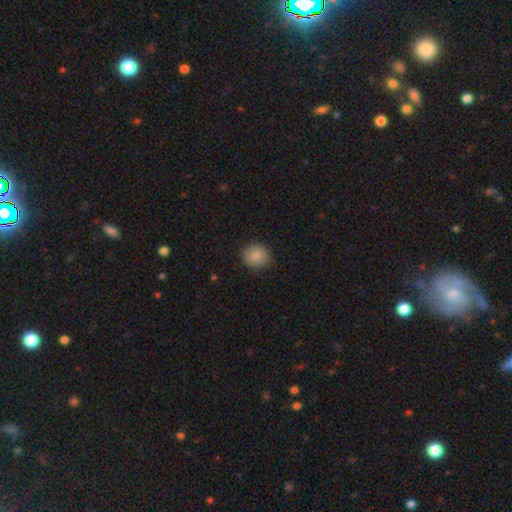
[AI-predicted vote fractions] smooth-or-featured: smooth: 87% | star or artifact: 8% | featured or disk: 5%
  how-rounded: round: 80% | in between: 19% | cigar-shaped: 1%
  merging: none: 88% | minor disturbance: 9% | major disturbance: 2% | merger: 1%